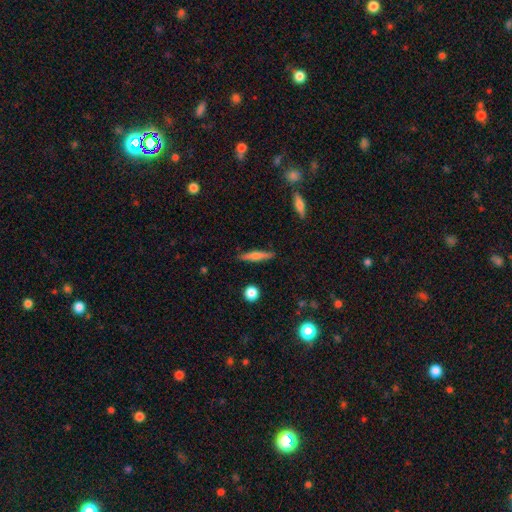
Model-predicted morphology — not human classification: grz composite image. It shows a smooth galaxy with no disk features (57%) that is cigar-shaped (88%). Merging: none (88%).